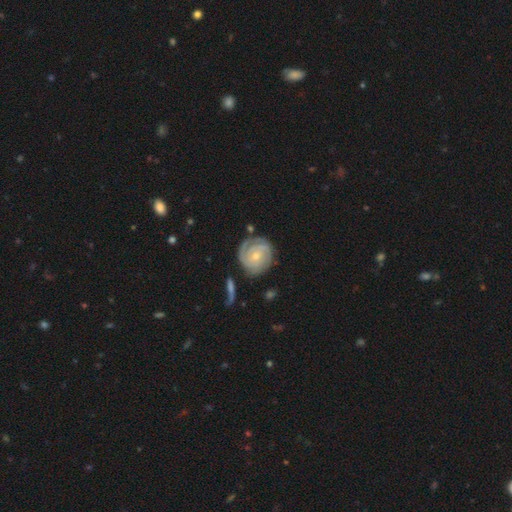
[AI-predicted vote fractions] smooth_or_featured: featured or disk (p=0.81) [alt: smooth p=0.14]
disk_edge_on: no (p=0.98) [alt: yes p=0.02]
bar: no (p=0.66) [alt: weak p=0.29]
has_spiral_arms: yes (p=0.95) [alt: no p=0.05]
spiral_winding: tight (p=0.75) [alt: medium p=0.20]
spiral_arm_count: 2 (p=0.34) [alt: can't tell p=0.26]
bulge_size: small (p=0.62) [alt: moderate p=0.34]
merging: none (p=0.72) [alt: minor disturbance p=0.17]